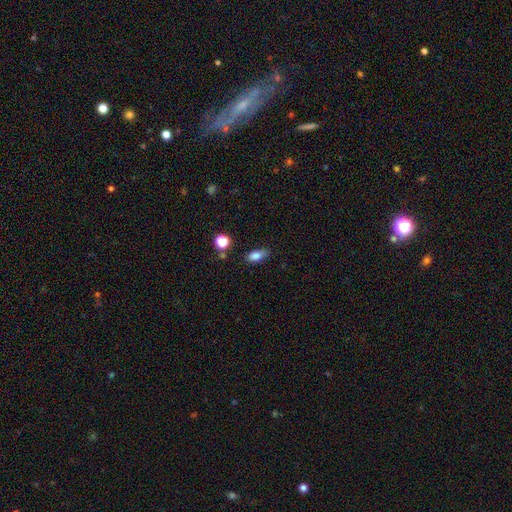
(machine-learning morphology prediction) The model was most divided on "merging": none: 75%, minor disturbance: 18%, major disturbance: 4%, merger: 3%. More confident: how rounded — in between (83%); smooth or featured — smooth (82%).